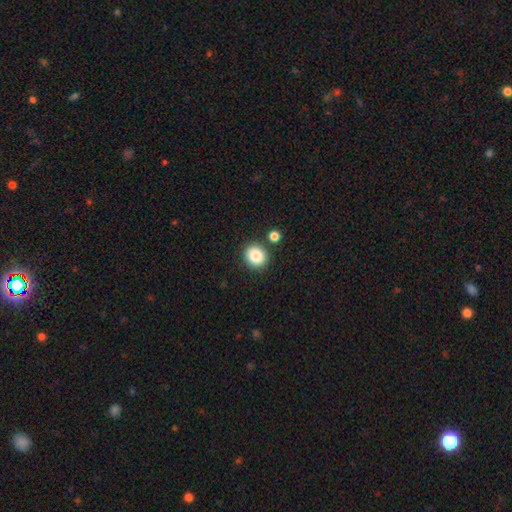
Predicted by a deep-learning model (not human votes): Smooth or featured? smooth (85%)
How rounded? round (81%)
Merging? none (82%)